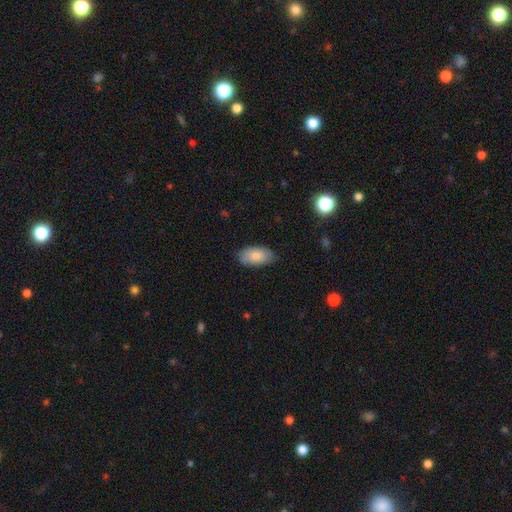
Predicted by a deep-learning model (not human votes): A smooth galaxy with no disk features (81%) that is in between round and cigar-shaped (94%). Merging: none (76%).